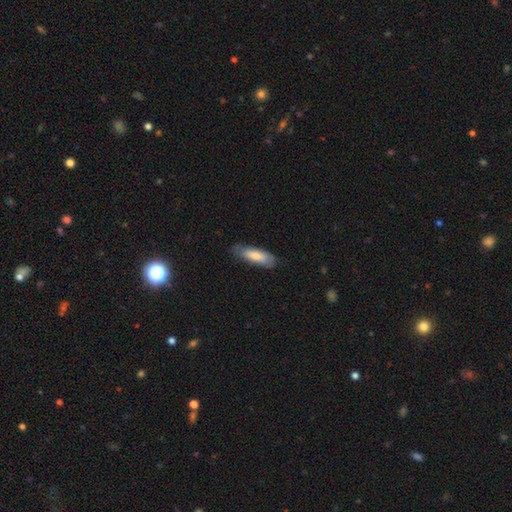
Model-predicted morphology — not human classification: Smooth or featured?
  - smooth: 74% *
  - featured or disk: 21%
  - star or artifact: 6%
How rounded?
  - in between: 52% *
  - cigar-shaped: 46%
  - round: 2%
Merging?
  - none: 73% *
  - minor disturbance: 21%
  - major disturbance: 5%
  - merger: 1%